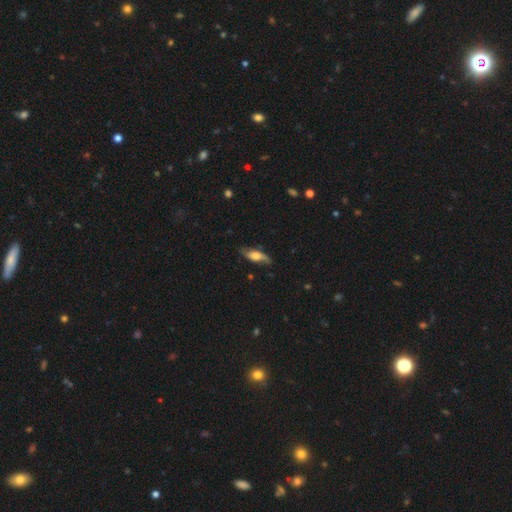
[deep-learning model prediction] Overall: featured or disk (48%; smooth 45%). Merging: none (73%).